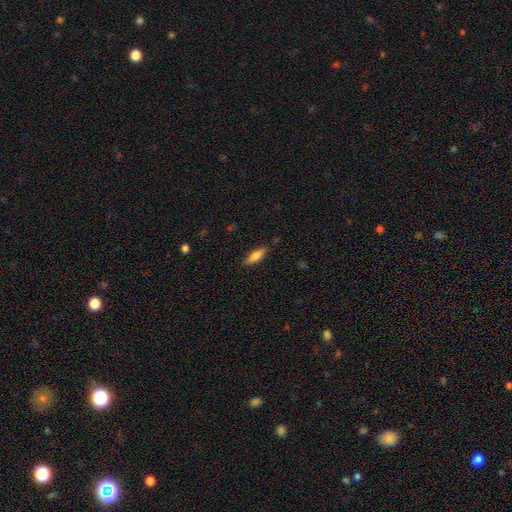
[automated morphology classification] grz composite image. It shows a smooth galaxy with no disk features (77%) that is in between round and cigar-shaped (50%). Merging: none (83%).